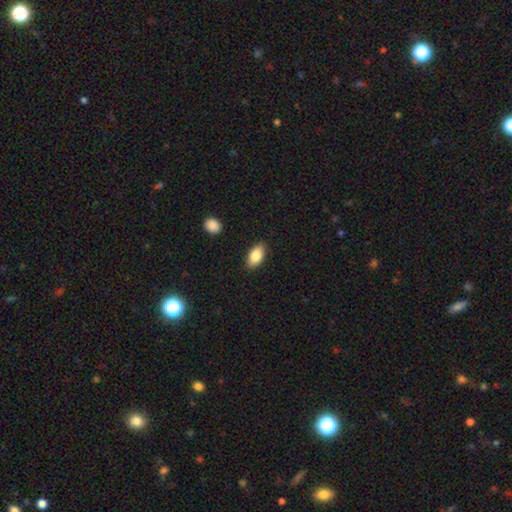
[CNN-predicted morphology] smooth 84%, featured or disk 9%, star or artifact 7%. Down the decision tree: how rounded — in between (91%); merging — none (85%).